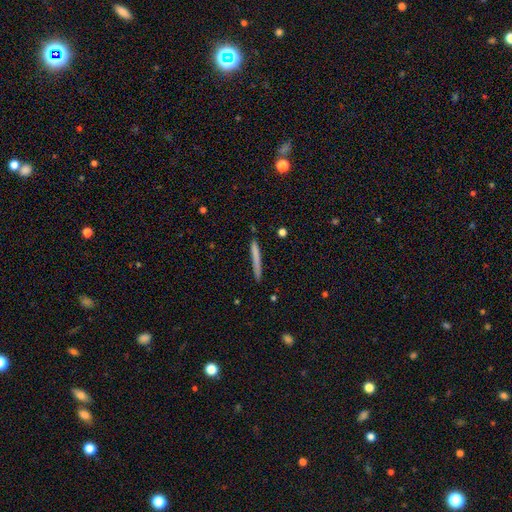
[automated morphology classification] Smooth or featured? smooth (69%)
How rounded? cigar-shaped (97%)
Merging? none (85%)